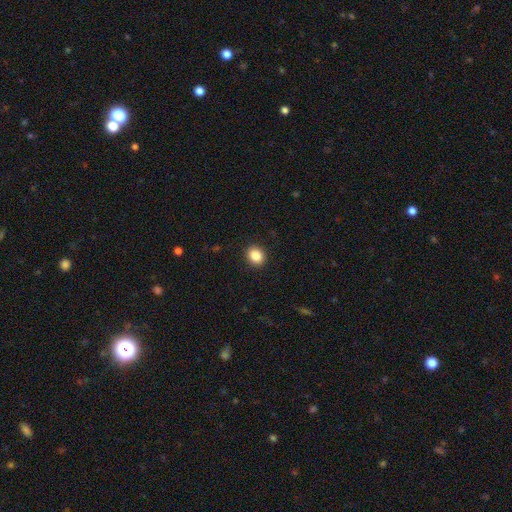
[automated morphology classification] Smooth or featured?
  - smooth: 86% *
  - star or artifact: 9%
  - featured or disk: 5%
How rounded?
  - round: 70% *
  - in between: 29%
  - cigar-shaped: 1%
Merging?
  - none: 91% *
  - minor disturbance: 6%
  - major disturbance: 2%
  - merger: 1%